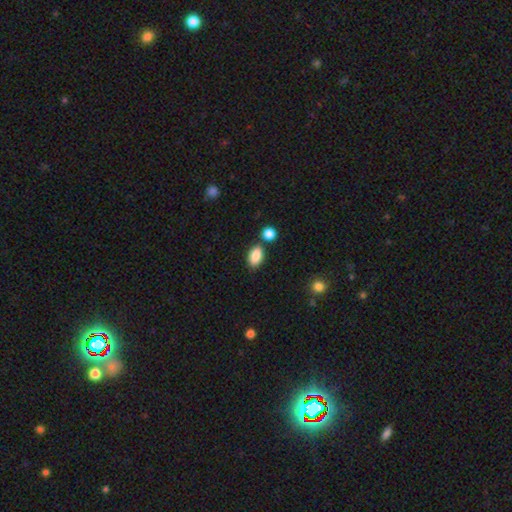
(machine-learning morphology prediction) Smooth or featured? Predicted: smooth (p=0.88). How rounded? Predicted: in between (p=0.91). Merging? Predicted: none (p=0.79).